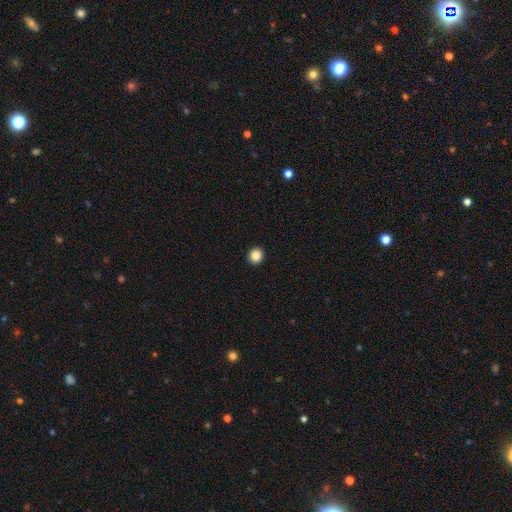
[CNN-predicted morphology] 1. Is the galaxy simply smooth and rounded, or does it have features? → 87% smooth, 10% star or artifact, 3% featured or disk.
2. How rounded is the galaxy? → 93% round, 6% in between, 1% cigar-shaped.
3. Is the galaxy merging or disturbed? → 94% none, 4% minor disturbance, 1% major disturbance, 1% merger.